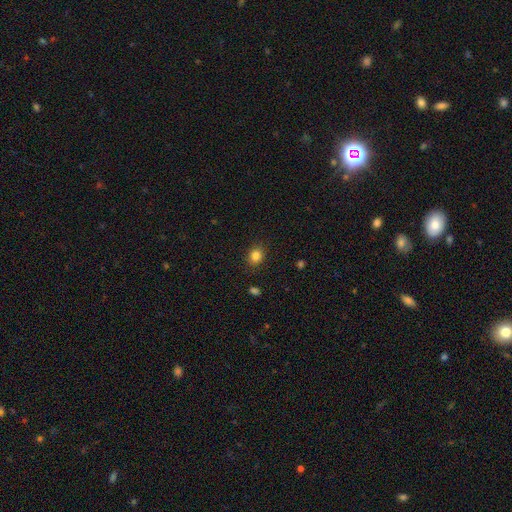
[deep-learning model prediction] Smooth or featured: smooth — 83% (star or artifact — 12%)
How rounded: round — 67% (in between — 33%)
Merging: none — 88% (minor disturbance — 9%)